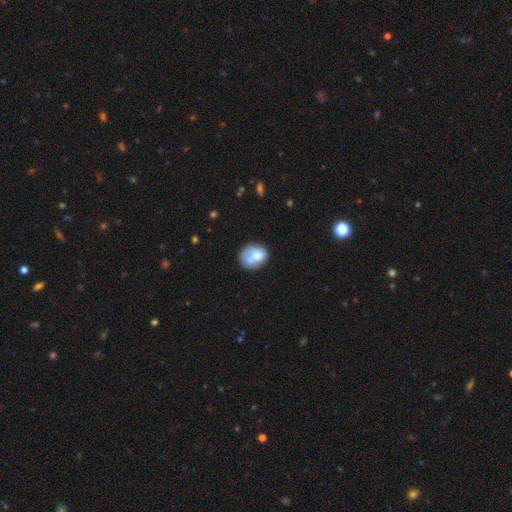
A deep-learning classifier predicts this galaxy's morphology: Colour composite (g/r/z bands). It shows a smooth galaxy with no disk features (68%) that is round (55%). Merging: none (44%).